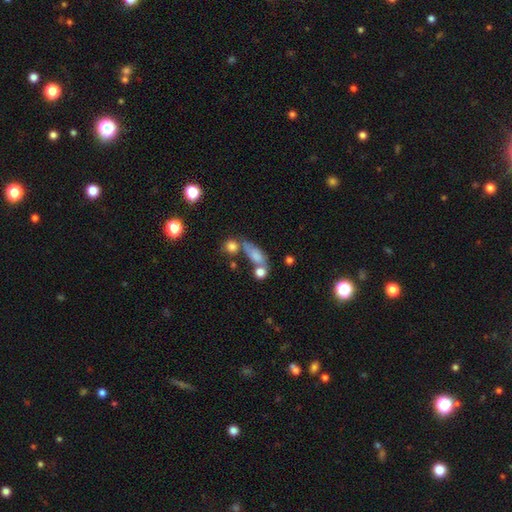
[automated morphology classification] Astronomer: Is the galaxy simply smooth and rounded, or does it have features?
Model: smooth — 70%.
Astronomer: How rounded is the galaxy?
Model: in between — 62%.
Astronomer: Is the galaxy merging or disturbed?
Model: none — 39% (runner-up: merger, 31%).